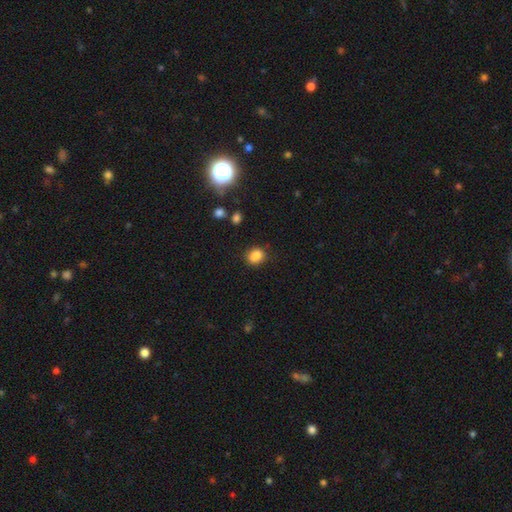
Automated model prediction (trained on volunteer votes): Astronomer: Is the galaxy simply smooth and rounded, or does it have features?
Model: smooth — 85%.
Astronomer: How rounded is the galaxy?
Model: round — 51% (runner-up: in between, 48%).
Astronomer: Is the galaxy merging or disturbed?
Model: none — 82%.